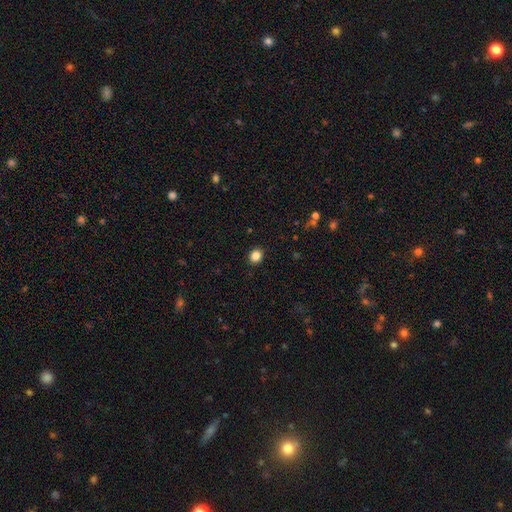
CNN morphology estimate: smooth 85%, star or artifact 11%, featured or disk 4%. Down the decision tree: how rounded — round (69%); merging — none (91%).